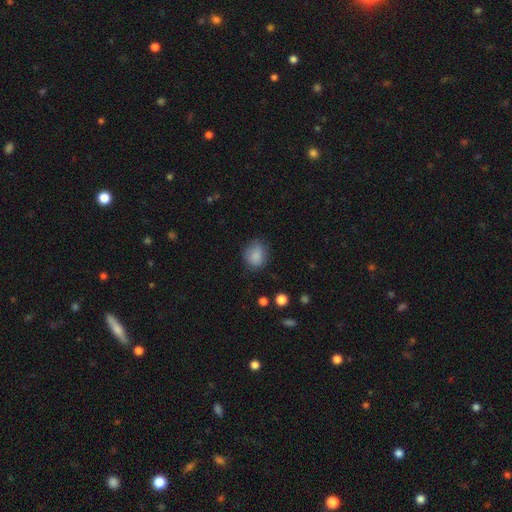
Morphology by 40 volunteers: This appears to be a smooth galaxy with no disk features (85%) that is round (65%). Merging: none (71%).